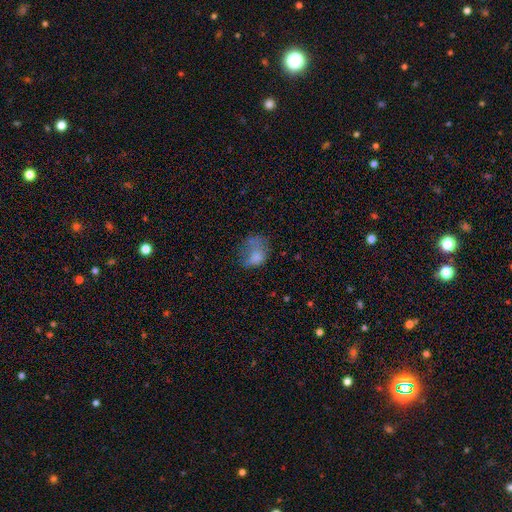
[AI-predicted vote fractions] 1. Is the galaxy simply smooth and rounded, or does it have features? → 65% smooth, 23% featured or disk, 13% star or artifact.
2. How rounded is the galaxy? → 60% in between, 39% round, 1% cigar-shaped.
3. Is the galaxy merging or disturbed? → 40% major disturbance, 29% none, 25% minor disturbance, 6% merger.